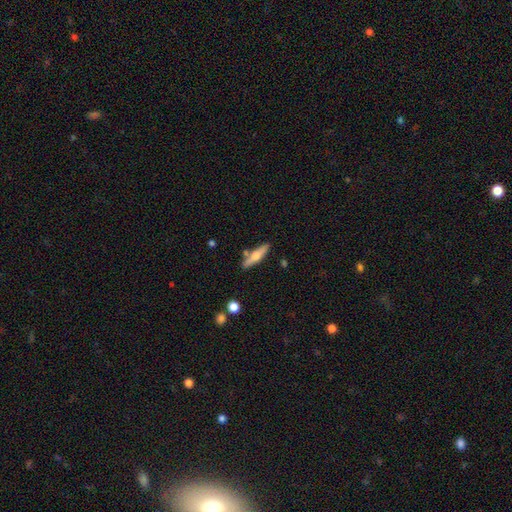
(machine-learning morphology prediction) Overall: featured or disk (49%; smooth 46%). Merging: none (80%).